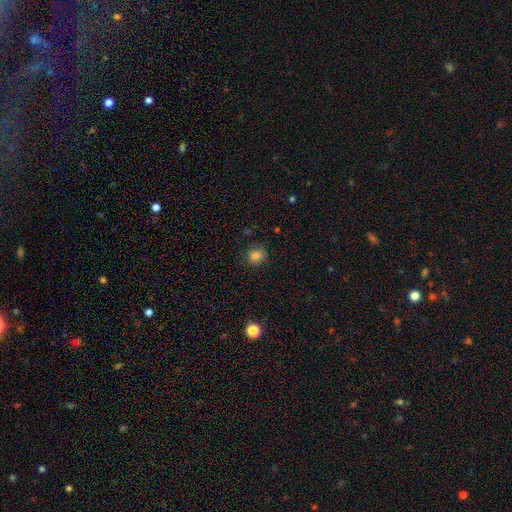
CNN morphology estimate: Smooth or featured? Predicted: smooth (p=0.83). How rounded? Predicted: round (p=0.85). Merging? Predicted: none (p=0.85).